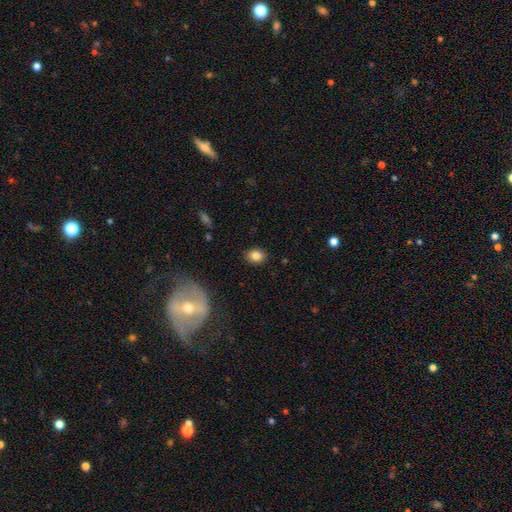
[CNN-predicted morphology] smooth 82%, star or artifact 10%, featured or disk 8%. Down the decision tree: how rounded — in between (52%); merging — none (88%).